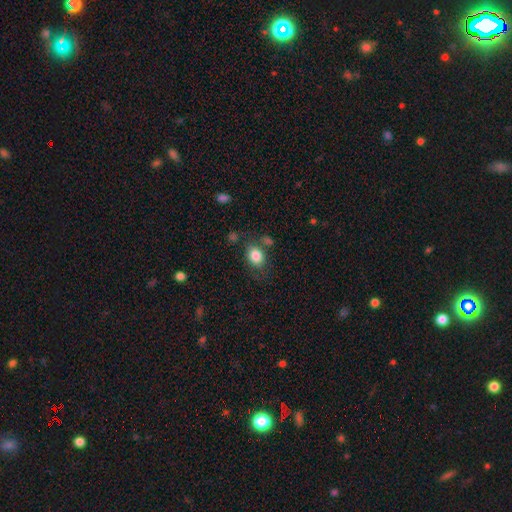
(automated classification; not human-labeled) This is clearly a smooth galaxy (84%). How rounded: likely in between (64%). Merging: likely none (69%).